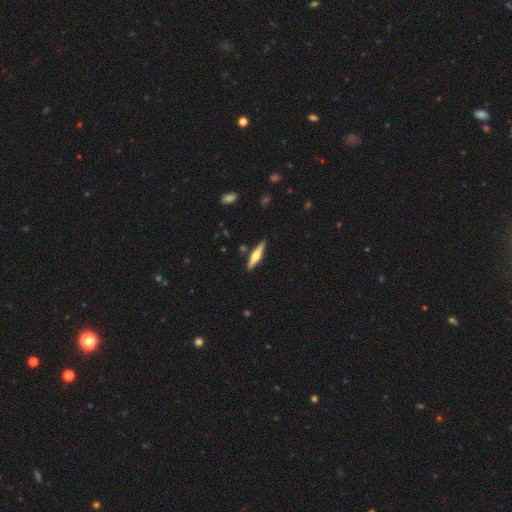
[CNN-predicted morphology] type=featured or disk (58%); edge-on=yes (96%); edge-on bulge=rounded (92%); merging=none (87%).